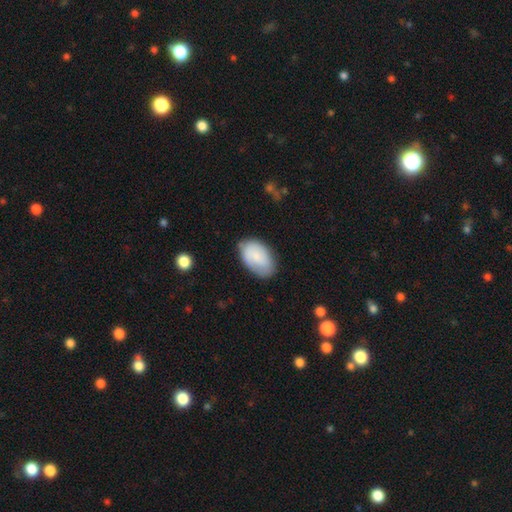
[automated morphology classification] Smooth or featured?
  - smooth: 78% *
  - featured or disk: 16%
  - star or artifact: 6%
How rounded?
  - in between: 93% *
  - round: 6%
  - cigar-shaped: 1%
Merging?
  - none: 70% *
  - minor disturbance: 23%
  - major disturbance: 5%
  - merger: 2%